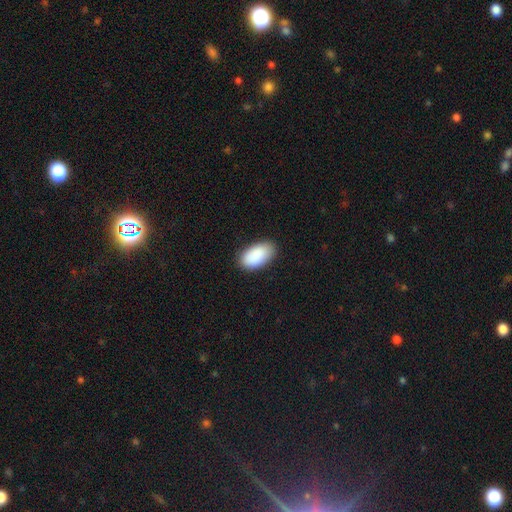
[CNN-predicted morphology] This appears to be a smooth galaxy with no disk features (90%) that is in between round and cigar-shaped (95%). Merging: none (84%).